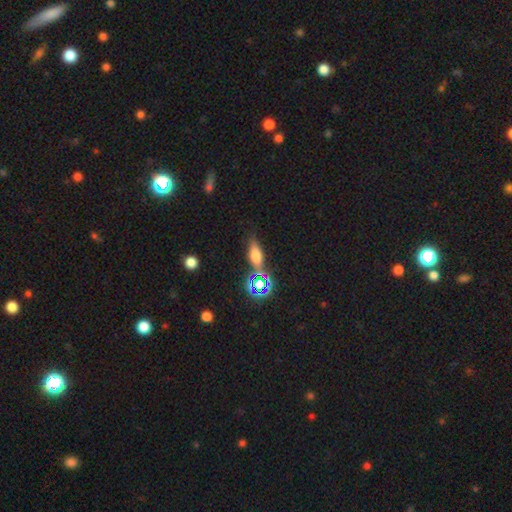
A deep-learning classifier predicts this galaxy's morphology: Q: Smooth or featured?
A: smooth (49%); runner-up: featured or disk (29%)
Q: Merging?
A: none (74%); runner-up: minor disturbance (13%)